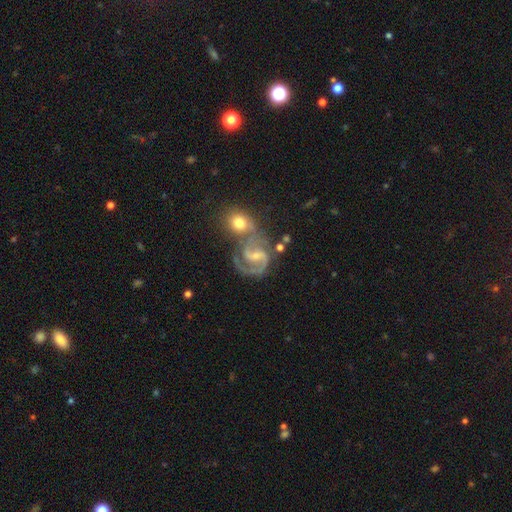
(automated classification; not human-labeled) featured or disk 89%, smooth 6%, star or artifact 5%. Down the decision tree: edge-on disk — no (98%); bar — weak (51%); spiral arms — yes (98%); spiral arm count — 2 (86%); spiral winding — medium (61%); bulge size — small (66%); merging — none (39%).